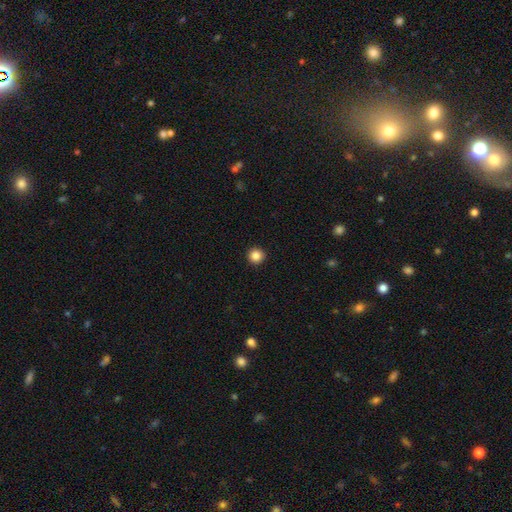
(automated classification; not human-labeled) A smooth galaxy with no disk features (86%) that is round (96%).

Vote fractions:
- Smooth or featured? smooth: 86% / star or artifact: 11% / featured or disk: 4%
- How rounded? round: 96% / in between: 3% / cigar-shaped: 1%
- Merging? none: 94% / minor disturbance: 4% / major disturbance: 1% / merger: 1%